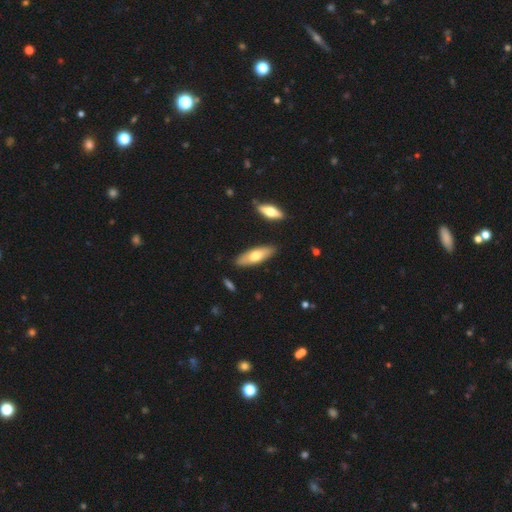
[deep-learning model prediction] Smooth or featured? smooth (63%)
How rounded? in between (53%)
Merging? none (86%)